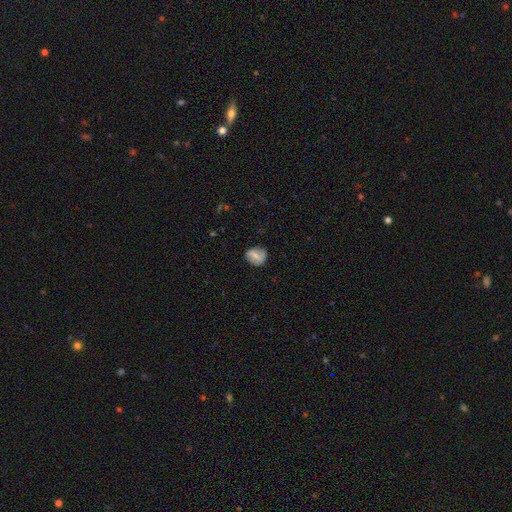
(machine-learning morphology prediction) smooth 50%, featured or disk 41%, star or artifact 8%. Down the decision tree: how rounded — round (64%); merging — none (73%).